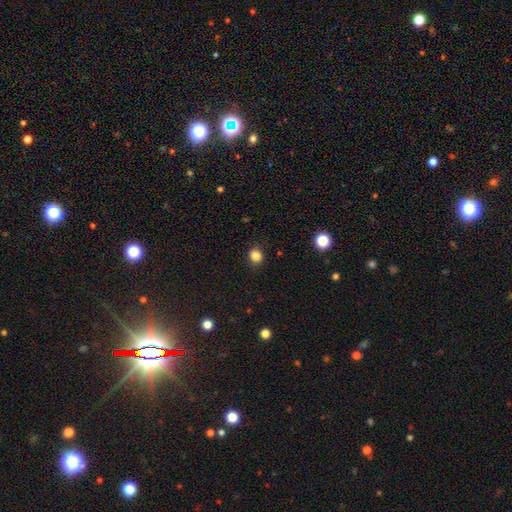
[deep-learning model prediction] Overall: smooth (84%). How rounded: round (74%). Merging: none (87%).